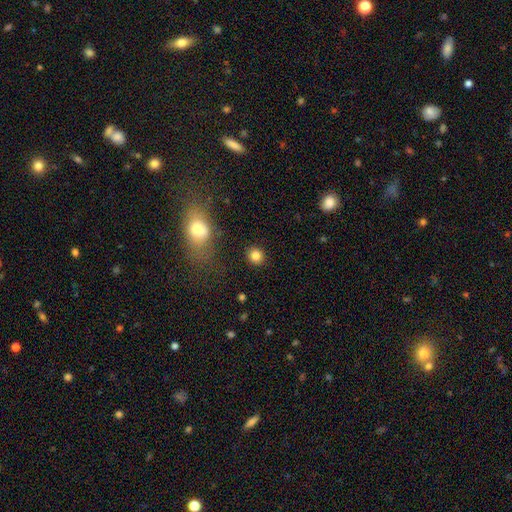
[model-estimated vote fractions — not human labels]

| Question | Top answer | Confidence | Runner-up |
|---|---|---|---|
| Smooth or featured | smooth | 83% | star or artifact (11%) |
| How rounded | round | 84% | in between (15%) |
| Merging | none | 88% | minor disturbance (7%) |